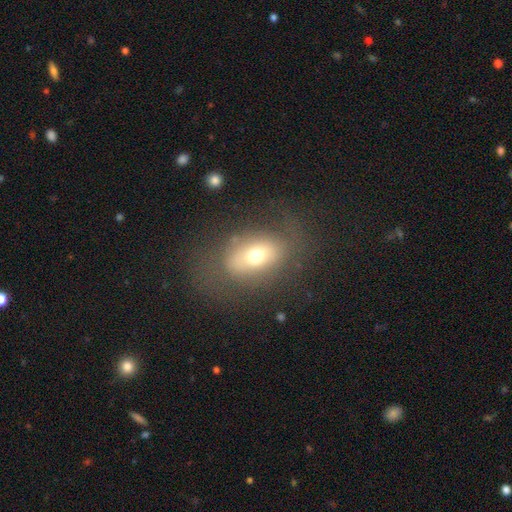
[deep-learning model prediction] Q: Smooth or featured?
A: smooth (60%); runner-up: featured or disk (27%)
Q: How rounded?
A: in between (75%); runner-up: round (23%)
Q: Merging?
A: none (65%); runner-up: minor disturbance (17%)